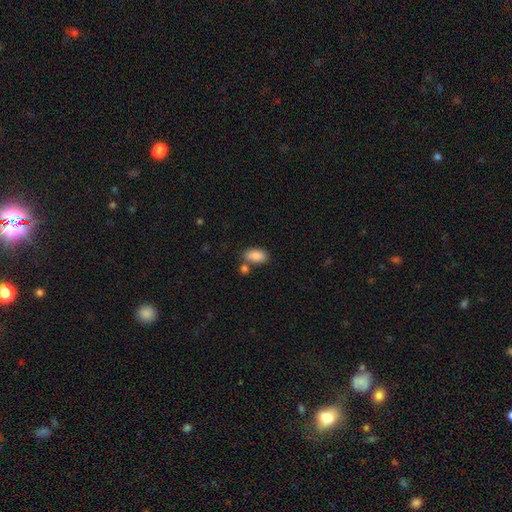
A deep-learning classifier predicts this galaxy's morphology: Smooth or featured: smooth — 88% (star or artifact — 7%)
How rounded: in between — 93% (round — 4%)
Merging: none — 64% (merger — 19%)